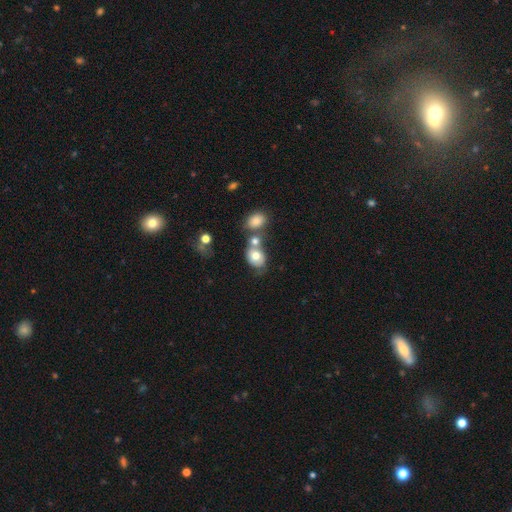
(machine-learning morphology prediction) Smooth or featured?
  - smooth: 69% *
  - featured or disk: 22%
  - star or artifact: 9%
How rounded?
  - in between: 56% *
  - round: 43%
  - cigar-shaped: 1%
Merging?
  - merger: 43% *
  - none: 33%
  - minor disturbance: 15%
  - major disturbance: 9%